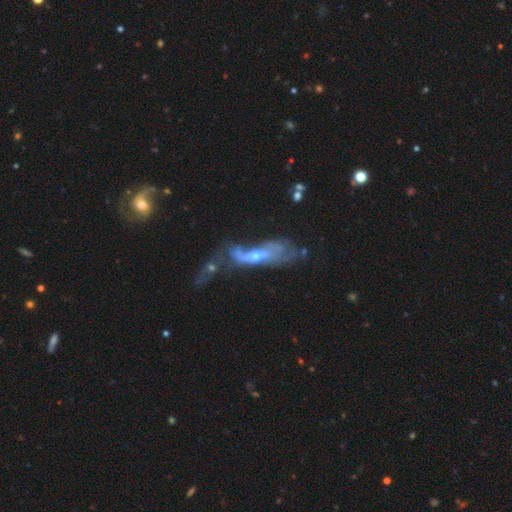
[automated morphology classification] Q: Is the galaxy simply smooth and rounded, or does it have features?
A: featured or disk — 64%.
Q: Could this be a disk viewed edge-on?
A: no — 72%.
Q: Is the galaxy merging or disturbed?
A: major disturbance — 40%.